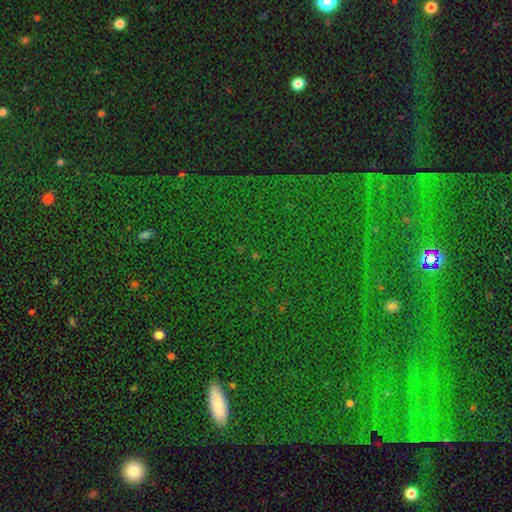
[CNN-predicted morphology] This appears to be a star or artifact, not a galaxy (76%).